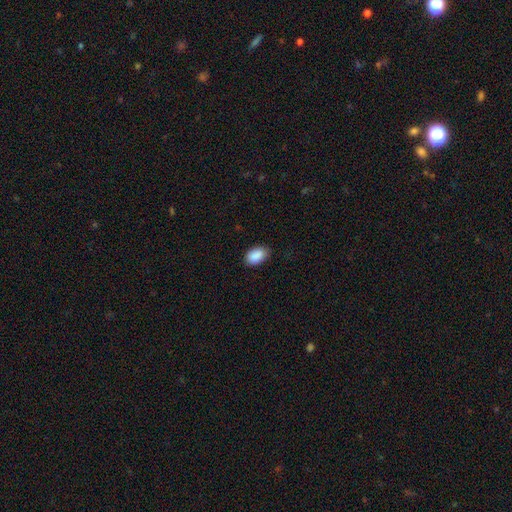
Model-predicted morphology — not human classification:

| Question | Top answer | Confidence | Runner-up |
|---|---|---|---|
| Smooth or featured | smooth | 90% | star or artifact (7%) |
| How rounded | in between | 90% | round (9%) |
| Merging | none | 81% | minor disturbance (15%) |